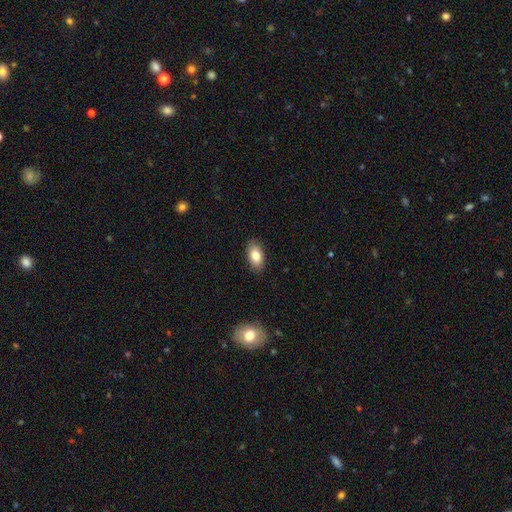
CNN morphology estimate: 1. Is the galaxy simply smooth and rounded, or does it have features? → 83% smooth, 10% featured or disk, 7% star or artifact.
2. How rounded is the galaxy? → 93% in between, 5% round, 3% cigar-shaped.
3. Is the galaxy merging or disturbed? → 88% none, 9% minor disturbance, 2% major disturbance, 1% merger.